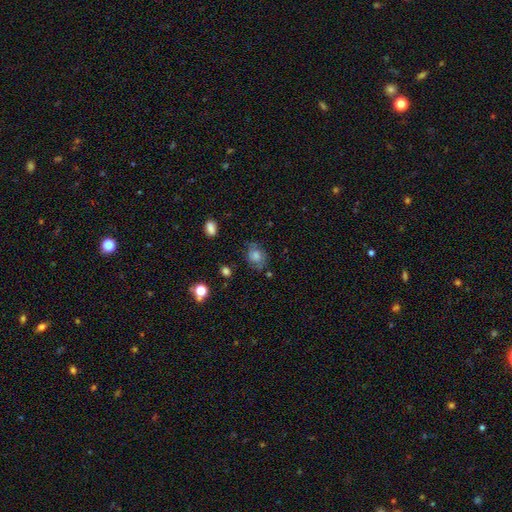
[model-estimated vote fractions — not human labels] The model was most divided on "how rounded": in between: 51%, round: 48%, cigar-shaped: 1%. More confident: merging — none (66%); smooth or featured — smooth (57%).